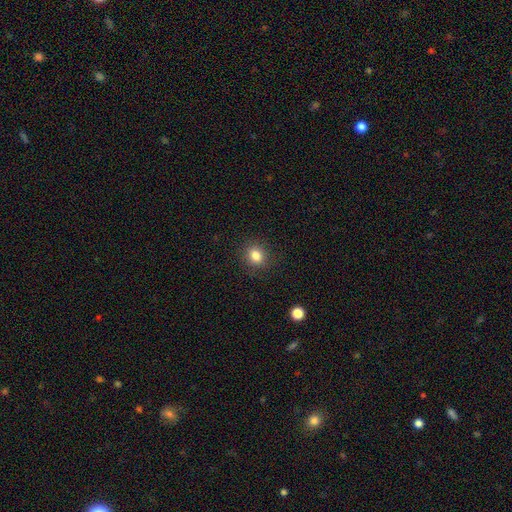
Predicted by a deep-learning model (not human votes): Smooth or featured? Predicted: smooth (p=0.83). How rounded? Predicted: round (p=0.74). Merging? Predicted: none (p=0.89).